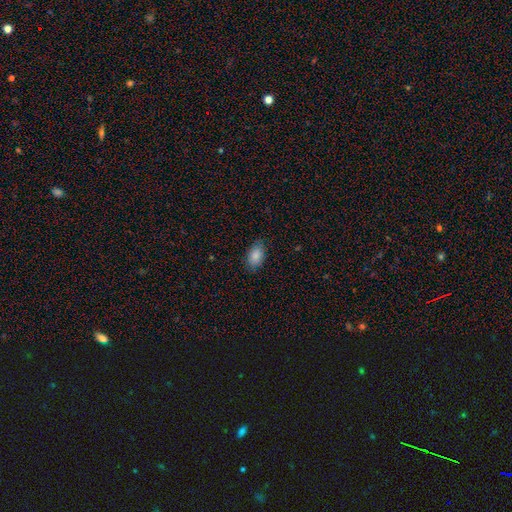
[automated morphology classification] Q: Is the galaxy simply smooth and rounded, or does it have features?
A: smooth — 86%.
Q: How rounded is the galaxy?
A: in between — 91%.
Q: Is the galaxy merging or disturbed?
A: none — 82%.